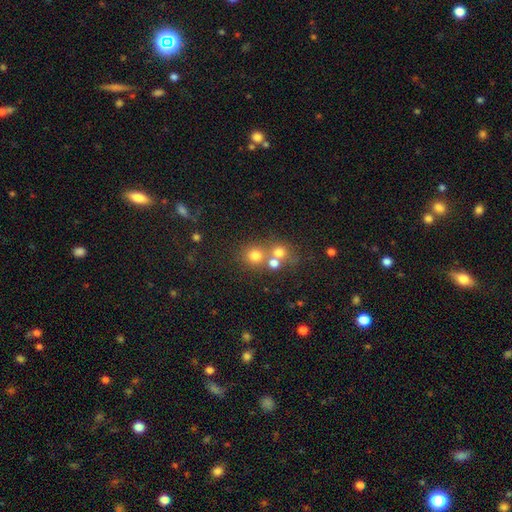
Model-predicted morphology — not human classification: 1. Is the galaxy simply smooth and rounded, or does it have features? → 68% smooth, 19% star or artifact, 12% featured or disk.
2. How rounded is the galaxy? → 87% round, 12% in between, 1% cigar-shaped.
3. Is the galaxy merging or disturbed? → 52% none, 37% merger, 7% minor disturbance, 4% major disturbance.